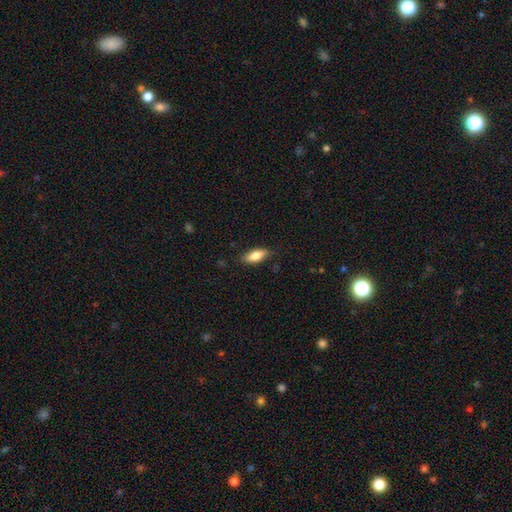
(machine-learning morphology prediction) A smooth galaxy with no disk features (80%) that is in between round and cigar-shaped (76%).

Vote fractions:
- Smooth or featured? smooth: 80% / featured or disk: 14% / star or artifact: 6%
- How rounded? in between: 76% / cigar-shaped: 21% / round: 2%
- Merging? none: 84% / minor disturbance: 12% / major disturbance: 3% / merger: 1%